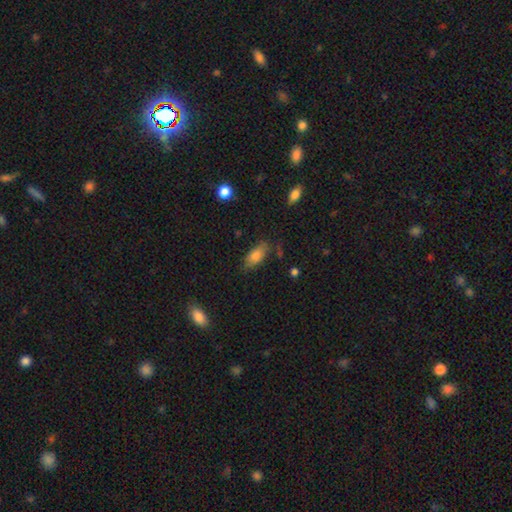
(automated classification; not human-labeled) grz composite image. It shows a smooth galaxy with no disk features (79%) that is in between round and cigar-shaped (83%). Merging: none (73%).